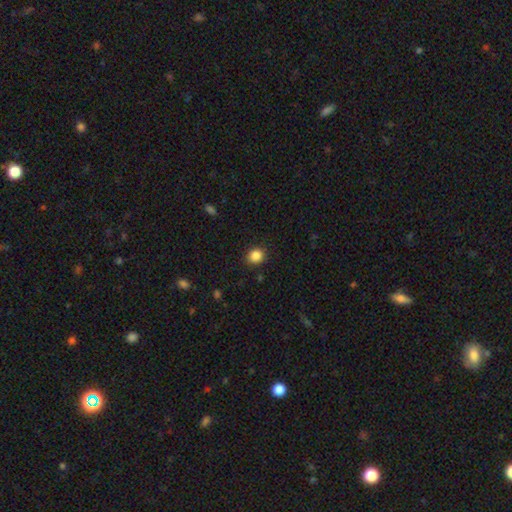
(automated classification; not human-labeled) Smooth or featured? Predicted: smooth (p=0.86). How rounded? Predicted: round (p=0.79). Merging? Predicted: none (p=0.89).